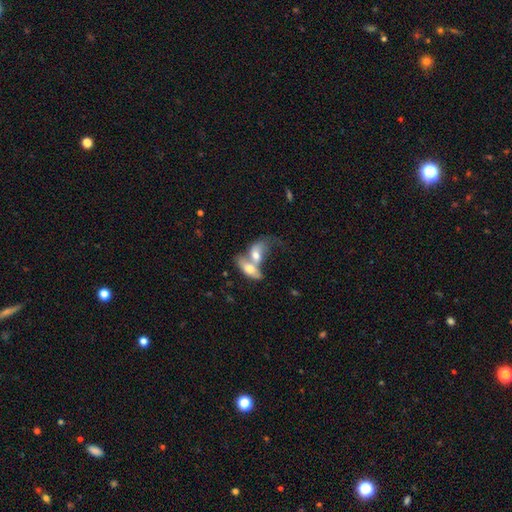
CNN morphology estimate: Q: Smooth or featured?
A: smooth (60%); runner-up: featured or disk (33%)
Q: How rounded?
A: in between (80%); runner-up: cigar-shaped (12%)
Q: Merging?
A: merger (80%); runner-up: none (10%)